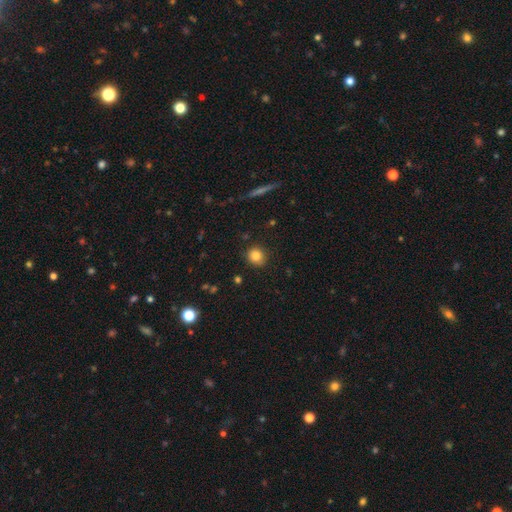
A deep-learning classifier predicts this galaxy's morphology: Q: Smooth or featured?
A: smooth (83%); runner-up: star or artifact (11%)
Q: How rounded?
A: round (81%); runner-up: in between (18%)
Q: Merging?
A: none (86%); runner-up: minor disturbance (10%)